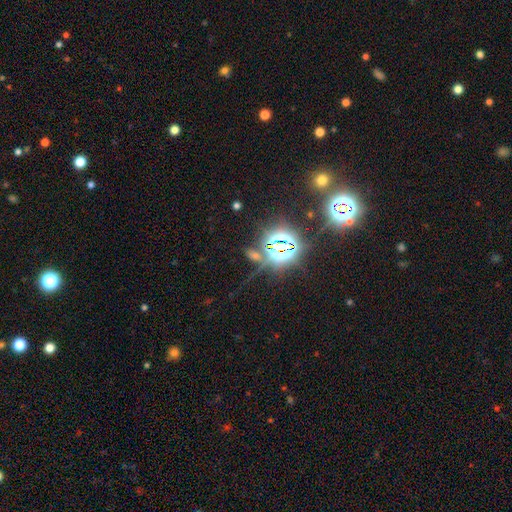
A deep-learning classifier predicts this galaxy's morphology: This is likely a star or artifact rather than a galaxy (70%).